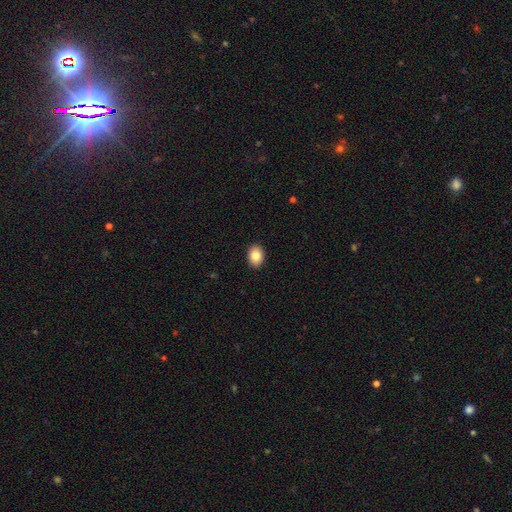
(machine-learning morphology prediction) smooth 84%, star or artifact 8%, featured or disk 8%. Down the decision tree: how rounded — in between (73%); merging — none (91%).